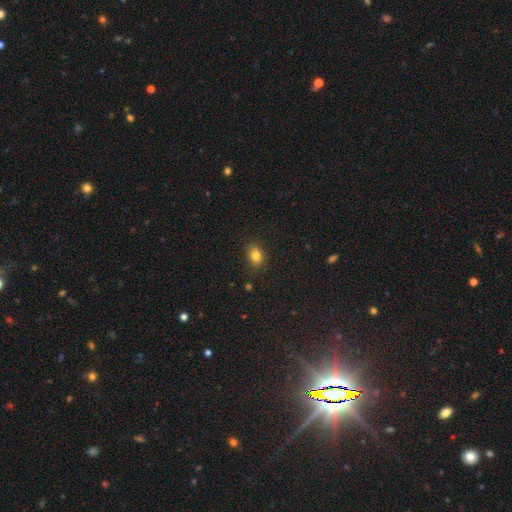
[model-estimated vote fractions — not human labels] Smooth or featured?
  - smooth: 82% *
  - star or artifact: 11%
  - featured or disk: 7%
How rounded?
  - in between: 68% *
  - round: 30%
  - cigar-shaped: 1%
Merging?
  - none: 83% *
  - minor disturbance: 13%
  - major disturbance: 3%
  - merger: 1%